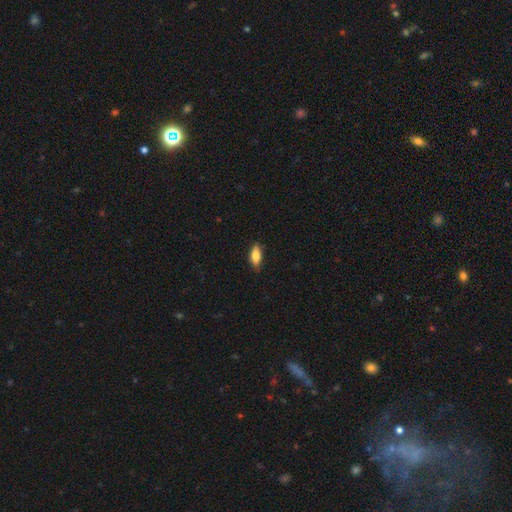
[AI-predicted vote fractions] Smooth or featured? smooth (78%)
How rounded? in between (79%)
Merging? none (82%)